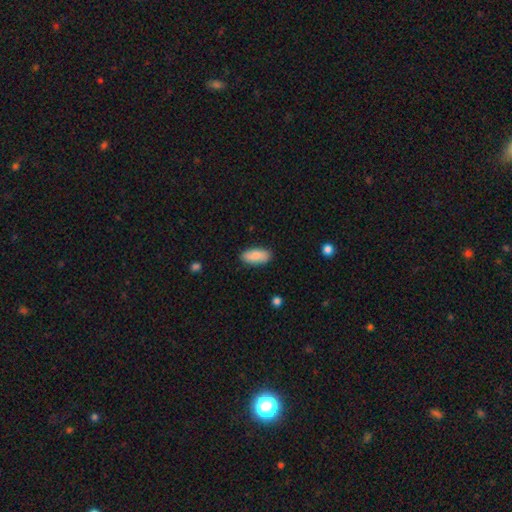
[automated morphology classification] Q: Smooth or featured?
A: smooth (85%); runner-up: featured or disk (9%)
Q: How rounded?
A: in between (89%); runner-up: cigar-shaped (9%)
Q: Merging?
A: none (87%); runner-up: minor disturbance (10%)